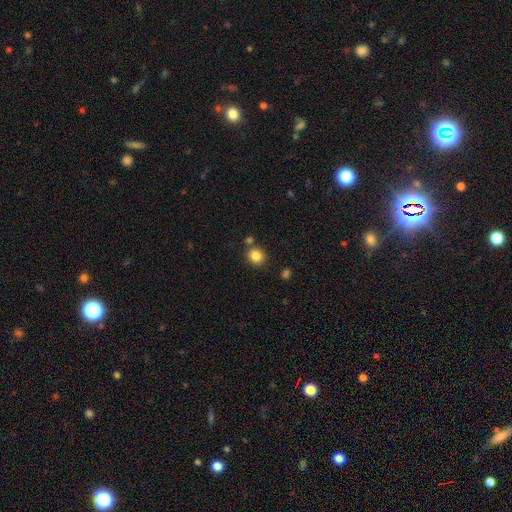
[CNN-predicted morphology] Smooth or featured?
  - smooth: 84% *
  - star or artifact: 11%
  - featured or disk: 5%
How rounded?
  - round: 80% *
  - in between: 19%
  - cigar-shaped: 1%
Merging?
  - none: 80% *
  - minor disturbance: 9%
  - merger: 9%
  - major disturbance: 3%